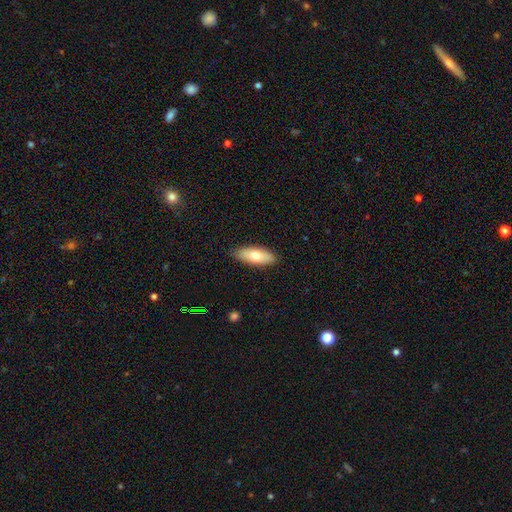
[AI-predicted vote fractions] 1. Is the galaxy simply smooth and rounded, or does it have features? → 69% smooth, 25% featured or disk, 6% star or artifact.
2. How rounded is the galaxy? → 72% in between, 26% cigar-shaped, 2% round.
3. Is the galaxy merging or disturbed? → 86% none, 11% minor disturbance, 2% major disturbance, 1% merger.